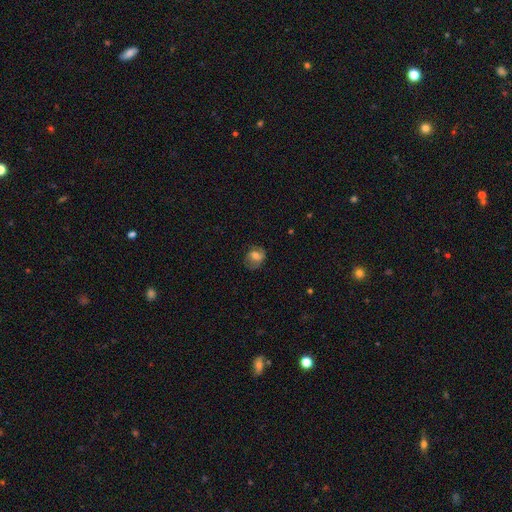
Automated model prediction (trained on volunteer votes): Smooth or featured? Predicted: smooth (p=0.57). How rounded? Predicted: round (p=0.55). Merging? Predicted: none (p=0.64).